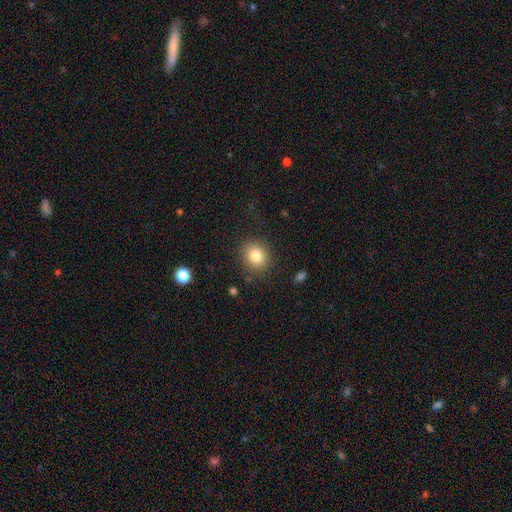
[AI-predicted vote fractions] The model was most divided on "how rounded": round: 75%, in between: 24%, cigar-shaped: 1%. More confident: merging — none (85%); smooth or featured — smooth (82%).